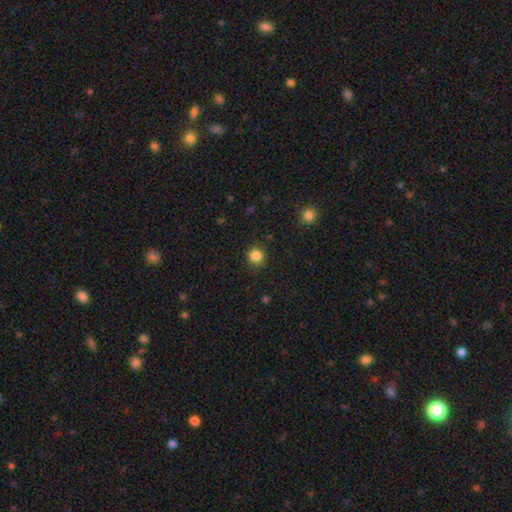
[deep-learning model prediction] Q: Smooth or featured?
A: smooth (85%); runner-up: star or artifact (12%)
Q: How rounded?
A: round (85%); runner-up: in between (14%)
Q: Merging?
A: none (84%); runner-up: minor disturbance (12%)